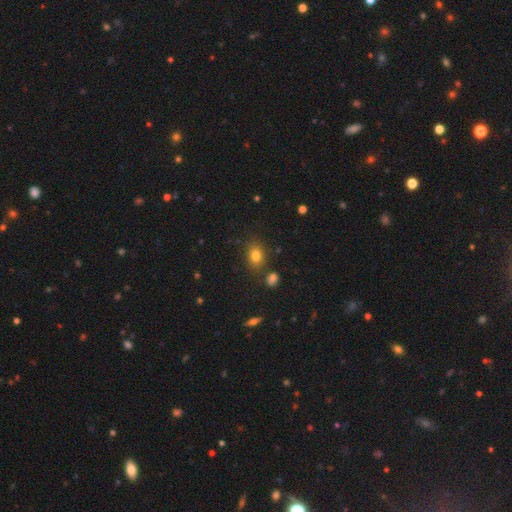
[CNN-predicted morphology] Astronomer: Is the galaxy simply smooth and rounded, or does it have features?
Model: smooth — 79%.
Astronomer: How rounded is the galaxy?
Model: in between — 61% (runner-up: round, 38%).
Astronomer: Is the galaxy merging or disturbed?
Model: none — 79%.